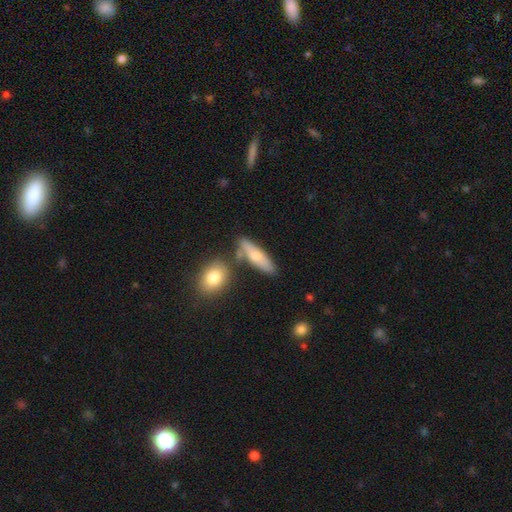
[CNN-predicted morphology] Smooth or featured? smooth (63%)
How rounded? cigar-shaped (53%)
Merging? none (68%)